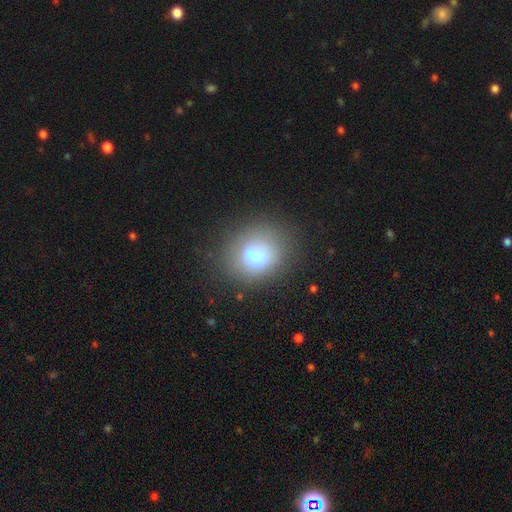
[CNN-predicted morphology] type=smooth (71%); roundness=round (66%); merging=none (61%).